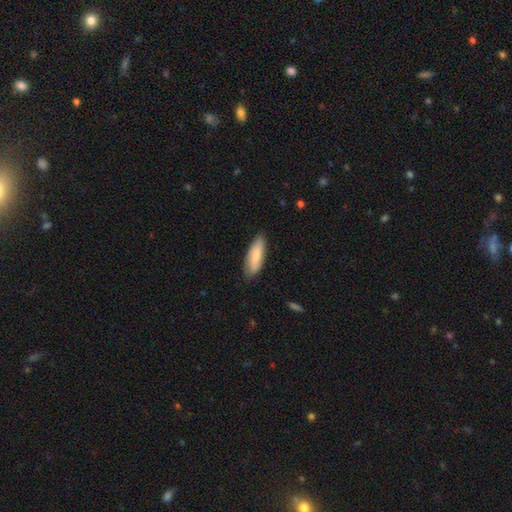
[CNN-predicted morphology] type=smooth (78%); roundness=in between (59%); merging=none (81%).